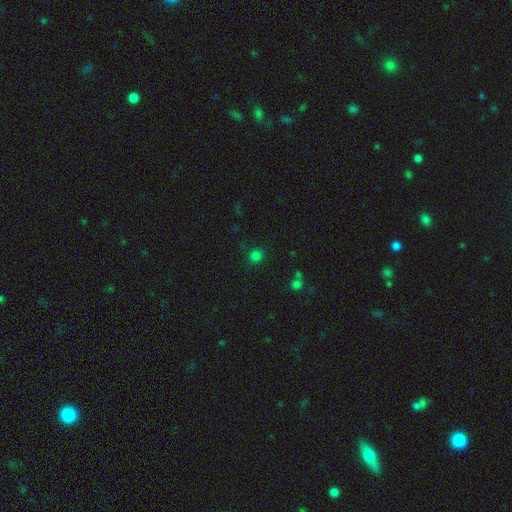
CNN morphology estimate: smooth-or-featured: smooth: 77% | star or artifact: 19% | featured or disk: 4%
  how-rounded: round: 87% | in between: 12% | cigar-shaped: 1%
  merging: none: 85% | minor disturbance: 9% | merger: 3% | major disturbance: 3%